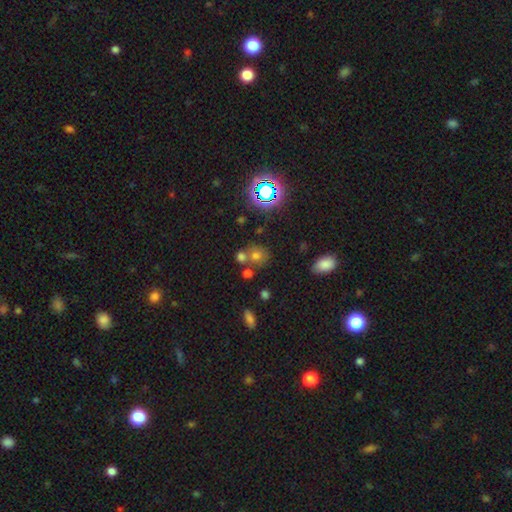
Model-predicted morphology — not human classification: Smooth or featured? smooth (62%)
How rounded? round (76%)
Merging? none (52%)